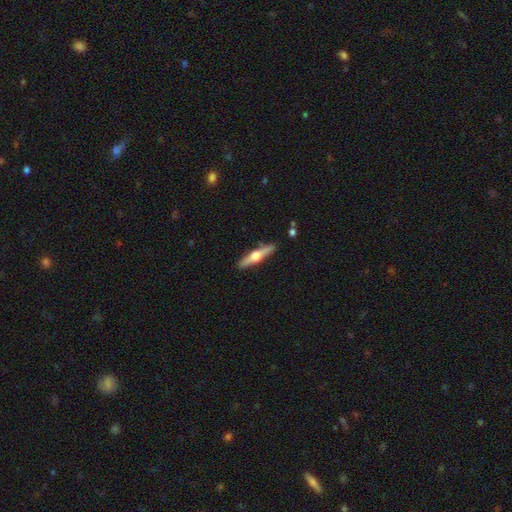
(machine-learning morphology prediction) Smooth or featured? featured or disk (64%)
Edge-on disk? yes (97%)
Edge-on bulge? rounded (94%)
Merging? none (88%)